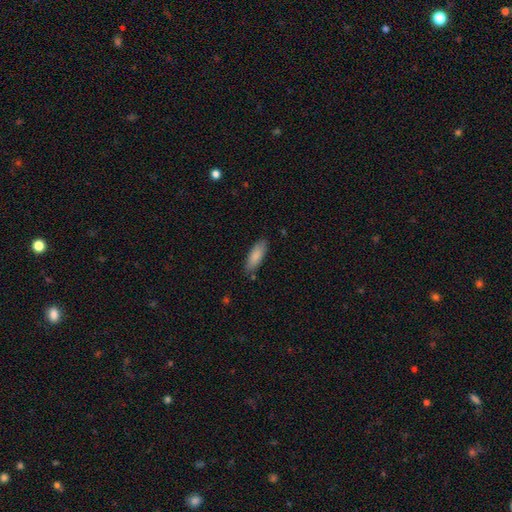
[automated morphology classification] Smooth or featured? smooth (87%)
How rounded? in between (63%)
Merging? none (83%)